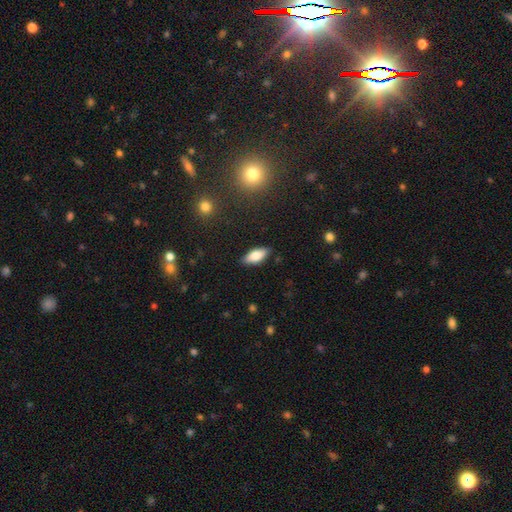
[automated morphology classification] Q: Smooth or featured?
A: smooth (79%); runner-up: featured or disk (14%)
Q: How rounded?
A: in between (84%); runner-up: cigar-shaped (14%)
Q: Merging?
A: none (88%); runner-up: minor disturbance (9%)